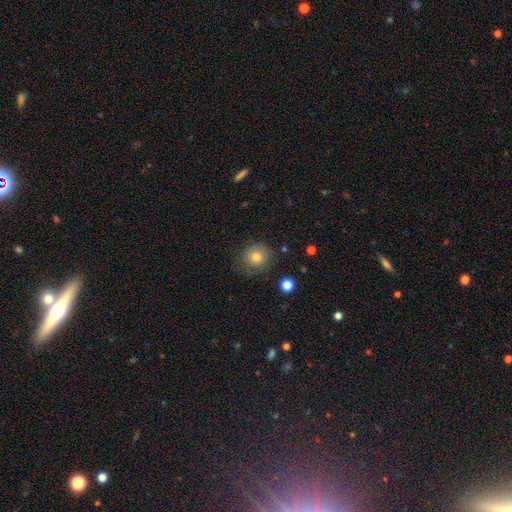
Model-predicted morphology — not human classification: This appears to be a smooth galaxy with no disk features (68%) that is round (83%). Merging: none (74%).